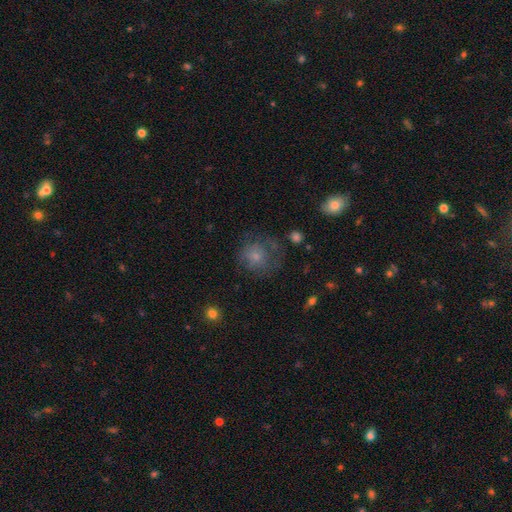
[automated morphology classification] Smooth or featured?
  - smooth: 65% *
  - featured or disk: 23%
  - star or artifact: 12%
How rounded?
  - round: 80% *
  - in between: 19%
  - cigar-shaped: 1%
Merging?
  - none: 50% *
  - major disturbance: 25%
  - minor disturbance: 22%
  - merger: 3%